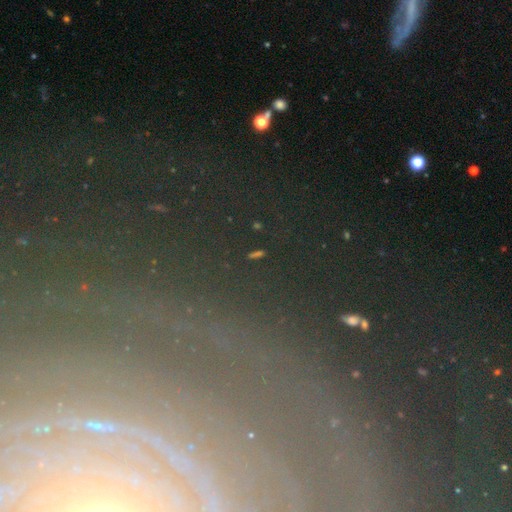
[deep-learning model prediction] smooth_or_featured: star or artifact (p=0.67) [alt: smooth p=0.17]